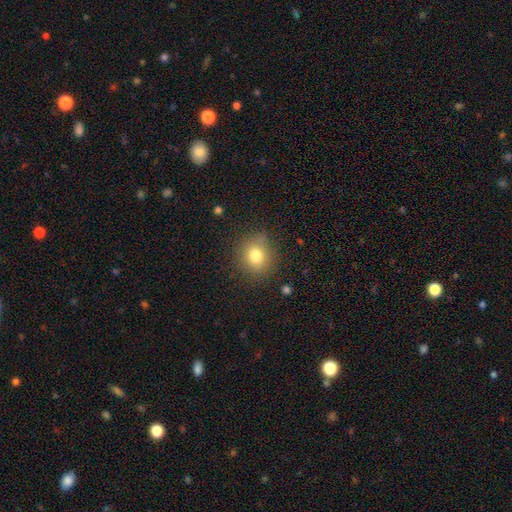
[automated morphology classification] smooth-or-featured: smooth: 79% | star or artifact: 12% | featured or disk: 9%
  how-rounded: round: 84% | in between: 15% | cigar-shaped: 1%
  merging: none: 83% | minor disturbance: 12% | major disturbance: 4% | merger: 2%